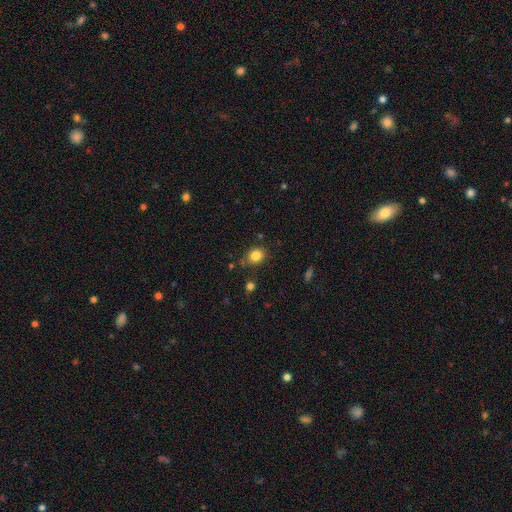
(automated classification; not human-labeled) Q: Smooth or featured?
A: smooth (83%); runner-up: star or artifact (11%)
Q: How rounded?
A: round (61%); runner-up: in between (38%)
Q: Merging?
A: none (78%); runner-up: minor disturbance (14%)